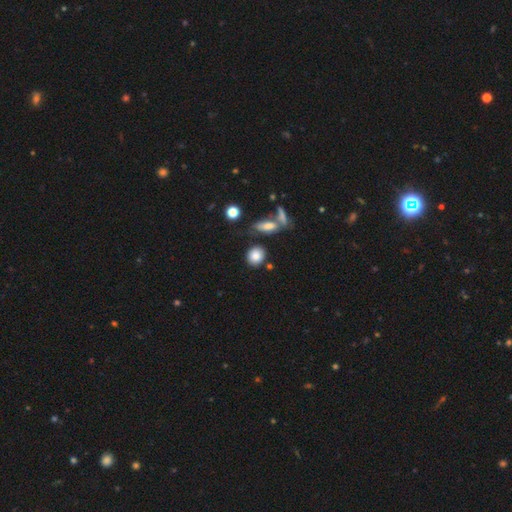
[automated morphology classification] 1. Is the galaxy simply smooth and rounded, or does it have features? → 84% smooth, 9% star or artifact, 8% featured or disk.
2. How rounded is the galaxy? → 71% round, 27% in between, 2% cigar-shaped.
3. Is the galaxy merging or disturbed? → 72% none, 13% minor disturbance, 10% merger, 5% major disturbance.